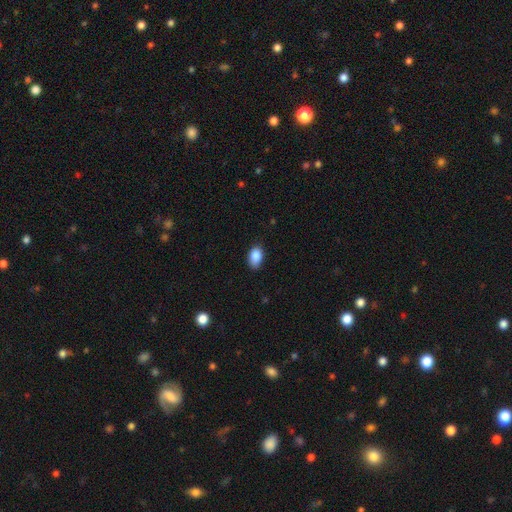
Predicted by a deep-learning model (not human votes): Smooth or featured?
  - smooth: 87% *
  - star or artifact: 8%
  - featured or disk: 5%
How rounded?
  - in between: 88% *
  - round: 11%
  - cigar-shaped: 1%
Merging?
  - none: 74% *
  - minor disturbance: 21%
  - major disturbance: 3%
  - merger: 1%